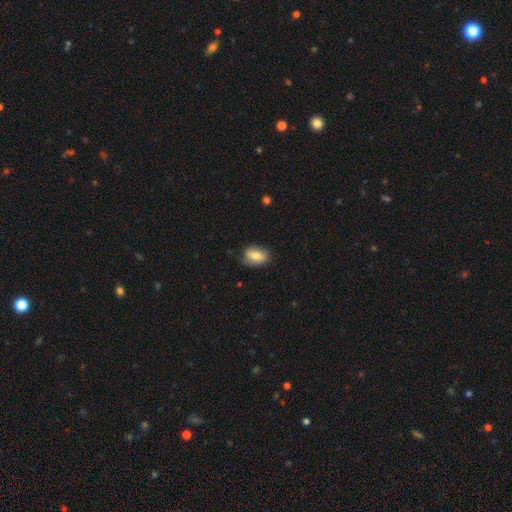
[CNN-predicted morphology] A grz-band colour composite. It shows a smooth galaxy with no disk features (72%) that is in between round and cigar-shaped (86%). Merging: none (73%).